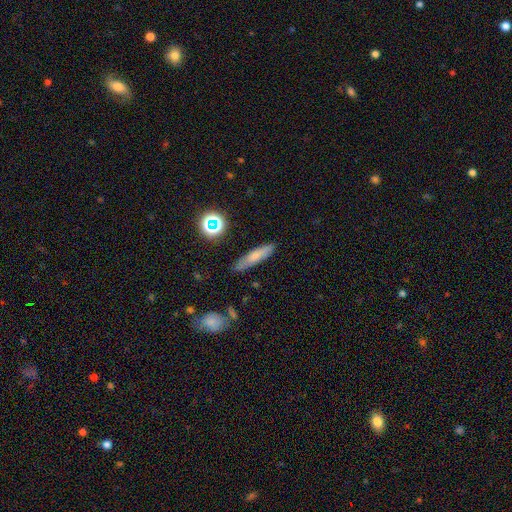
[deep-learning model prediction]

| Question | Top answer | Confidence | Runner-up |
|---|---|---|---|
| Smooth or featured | smooth | 70% | featured or disk (19%) |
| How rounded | cigar-shaped | 78% | in between (19%) |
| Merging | none | 80% | minor disturbance (14%) |